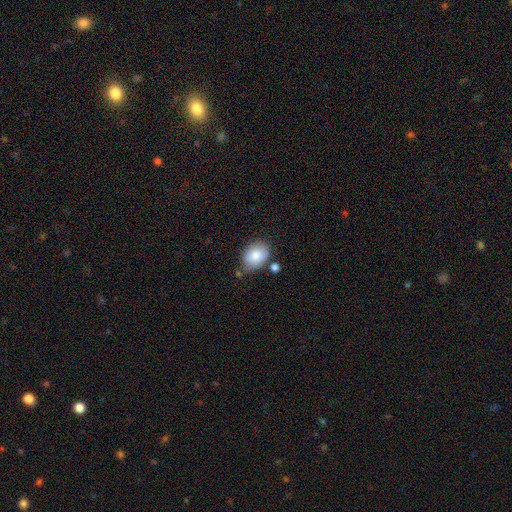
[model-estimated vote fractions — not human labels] This appears to be a smooth galaxy with no disk features (83%) that is in between round and cigar-shaped (66%). Merging: none (65%).